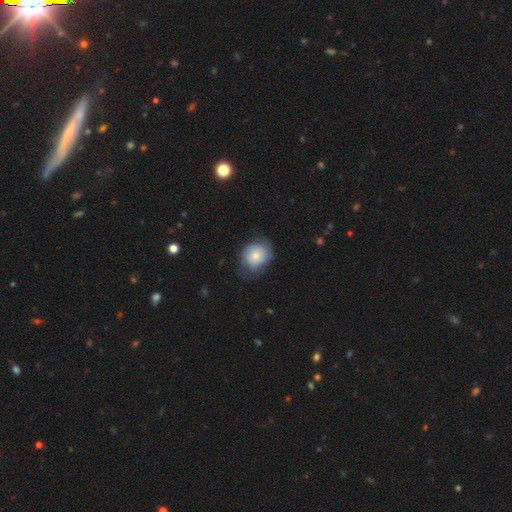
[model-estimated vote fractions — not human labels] Morphology: type=smooth (71%); roundness=round (59%); merging=none (56%).